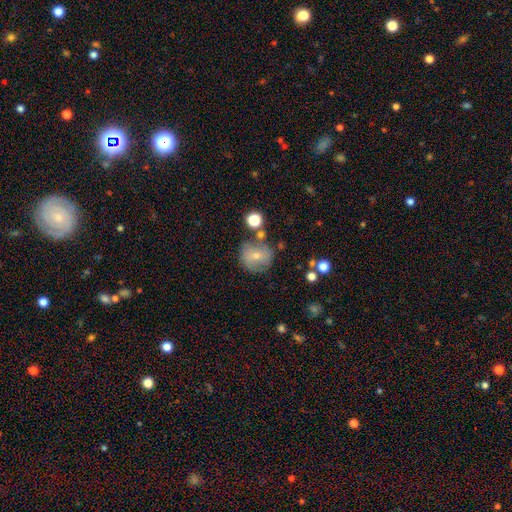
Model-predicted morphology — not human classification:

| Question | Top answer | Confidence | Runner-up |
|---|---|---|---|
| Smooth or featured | smooth | 58% | featured or disk (31%) |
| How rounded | round | 86% | in between (13%) |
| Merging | none | 62% | minor disturbance (19%) |